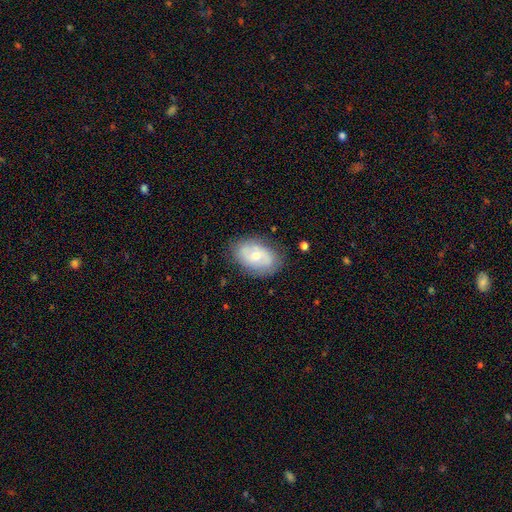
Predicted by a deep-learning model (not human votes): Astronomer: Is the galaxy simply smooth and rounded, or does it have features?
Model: featured or disk — 49% (runner-up: smooth, 44%).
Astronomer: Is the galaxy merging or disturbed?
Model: none — 77%.